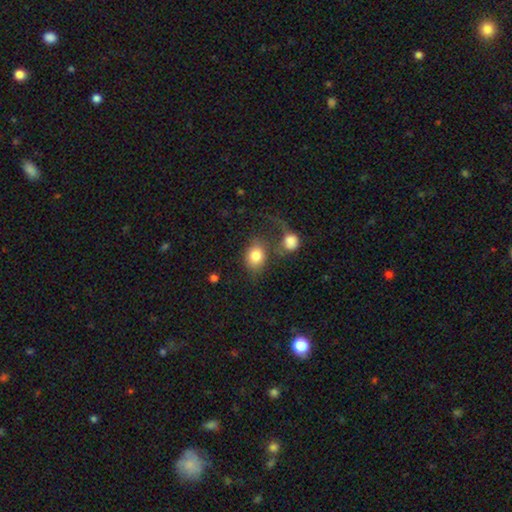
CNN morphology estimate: This is clearly a smooth galaxy (82%). How rounded: possibly in between (51%). Merging: marginally none (44%).